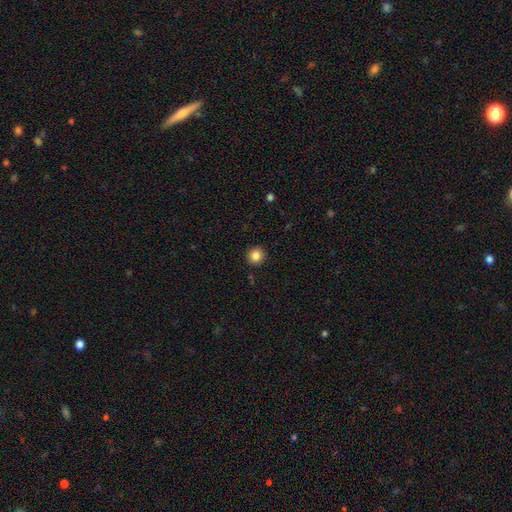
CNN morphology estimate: smooth_or_featured: smooth (p=0.86) [alt: star or artifact p=0.10]
how_rounded: round (p=0.91) [alt: in between p=0.08]
merging: none (p=0.92) [alt: minor disturbance p=0.05]